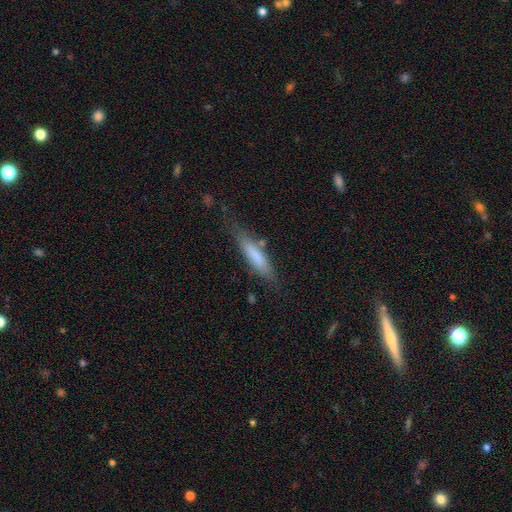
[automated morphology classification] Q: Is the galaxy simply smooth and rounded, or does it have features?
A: smooth — 72%.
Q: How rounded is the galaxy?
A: cigar-shaped — 79%.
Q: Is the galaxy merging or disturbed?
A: none — 70%.